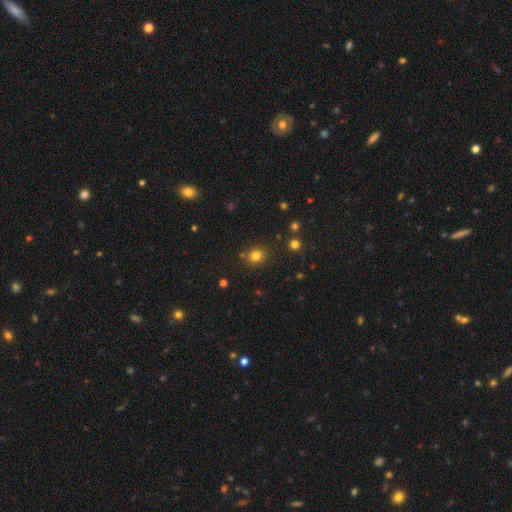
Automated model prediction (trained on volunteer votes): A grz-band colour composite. It shows a smooth galaxy with no disk features (79%) that is round (82%). Merging: none (84%).